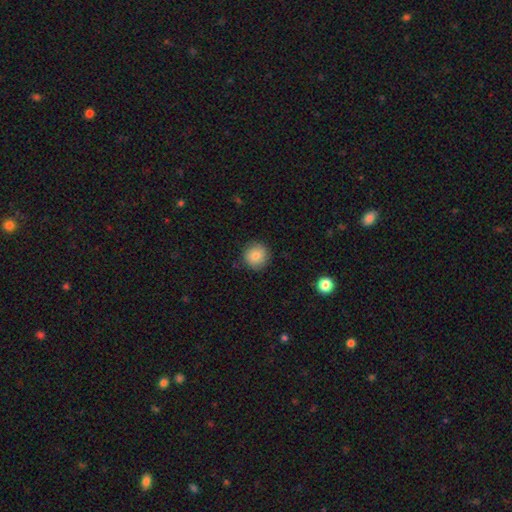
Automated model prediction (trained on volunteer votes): This appears to be a smooth galaxy with no disk features (84%) that is round (93%). Merging: none (87%).